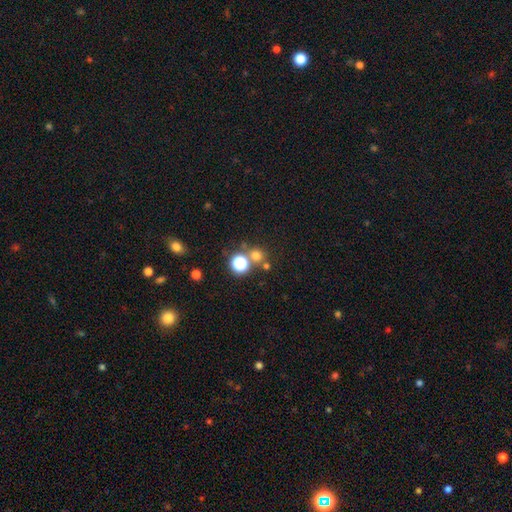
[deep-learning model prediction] A smooth galaxy with no disk features (67%) that is round (90%).

Vote fractions:
- Smooth or featured? smooth: 67% / star or artifact: 26% / featured or disk: 8%
- How rounded? round: 90% / in between: 9% / cigar-shaped: 1%
- Merging? none: 68% / merger: 21% / minor disturbance: 7% / major disturbance: 4%